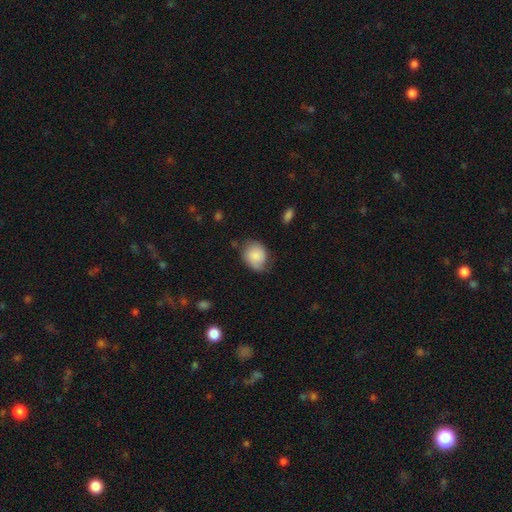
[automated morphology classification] smooth_or_featured: smooth (p=0.78) [alt: featured or disk p=0.14]
how_rounded: round (p=0.54) [alt: in between p=0.45]
merging: none (p=0.56) [alt: minor disturbance p=0.32]